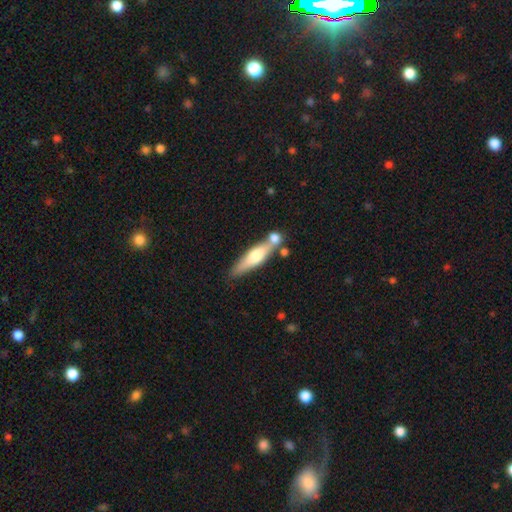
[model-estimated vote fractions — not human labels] Q: Smooth or featured?
A: smooth (51%); runner-up: featured or disk (44%)
Q: How rounded?
A: cigar-shaped (74%); runner-up: in between (24%)
Q: Merging?
A: none (58%); runner-up: merger (25%)